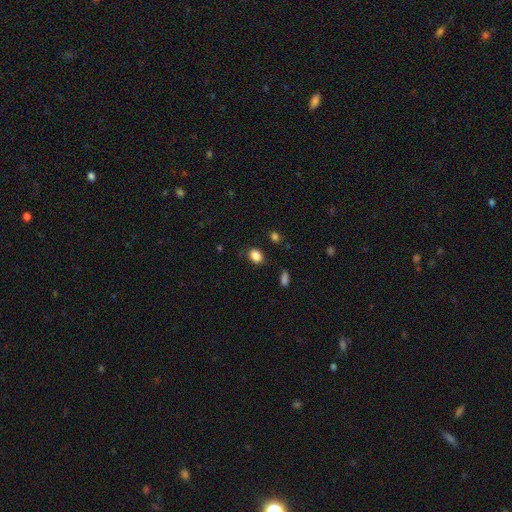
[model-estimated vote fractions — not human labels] A smooth galaxy with no disk features (86%) that is in between round and cigar-shaped (64%).

Vote fractions:
- Smooth or featured? smooth: 86% / star or artifact: 10% / featured or disk: 4%
- How rounded? in between: 64% / round: 35% / cigar-shaped: 1%
- Merging? none: 81% / minor disturbance: 13% / major disturbance: 4% / merger: 2%